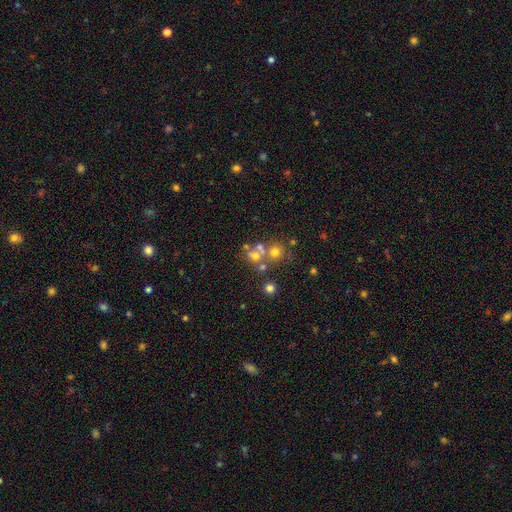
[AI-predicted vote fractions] Morphology: type=smooth (52%); roundness=round (79%); merging=merger (43%).